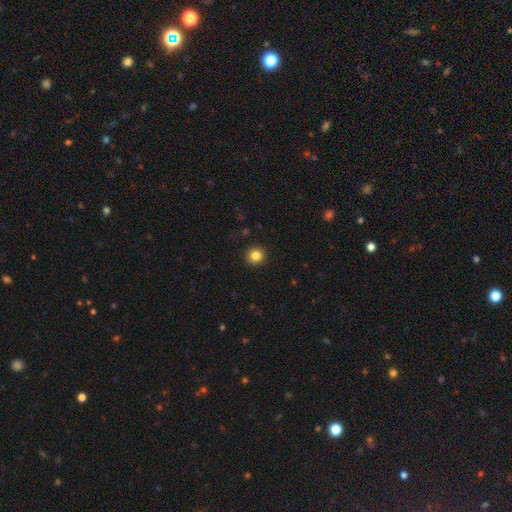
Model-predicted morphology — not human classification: A smooth galaxy with no disk features (84%) that is round (95%).

Vote fractions:
- Smooth or featured? smooth: 84% / star or artifact: 11% / featured or disk: 5%
- How rounded? round: 95% / in between: 4% / cigar-shaped: 1%
- Merging? none: 93% / minor disturbance: 4% / major disturbance: 2% / merger: 1%